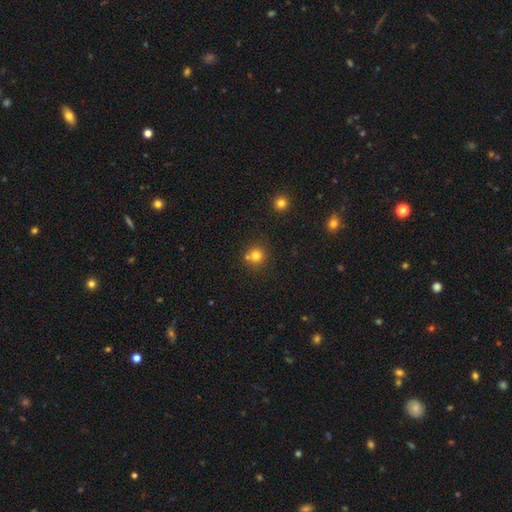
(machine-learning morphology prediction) smooth 78%, star or artifact 14%, featured or disk 8%. Down the decision tree: how rounded — round (91%); merging — none (66%).